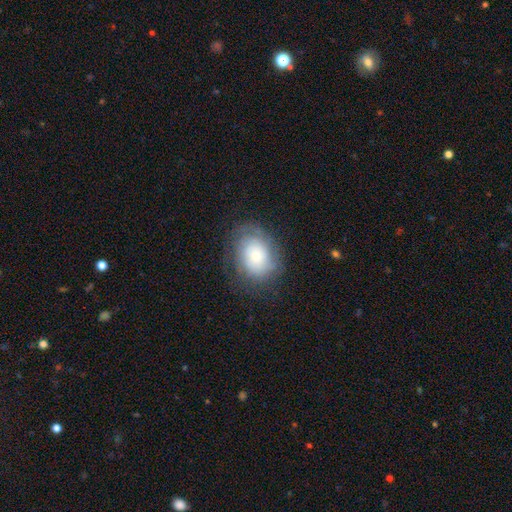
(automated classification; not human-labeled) A smooth galaxy with no disk features (50%) that is in between round and cigar-shaped (58%). Merging: none (72%).